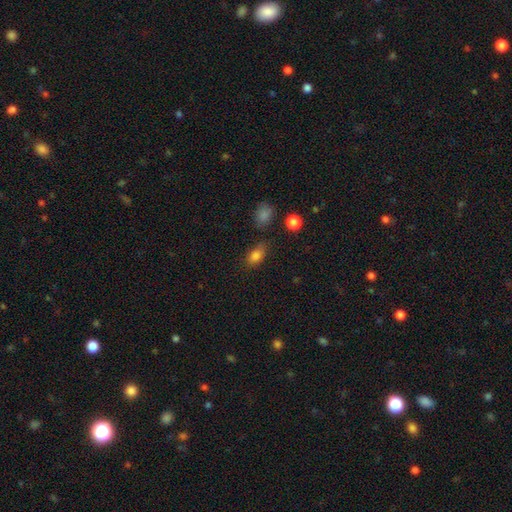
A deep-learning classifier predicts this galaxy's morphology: The model was most divided on "merging": none: 69%, minor disturbance: 20%, merger: 6%, major disturbance: 5%. More confident: how rounded — in between (83%); smooth or featured — smooth (82%).